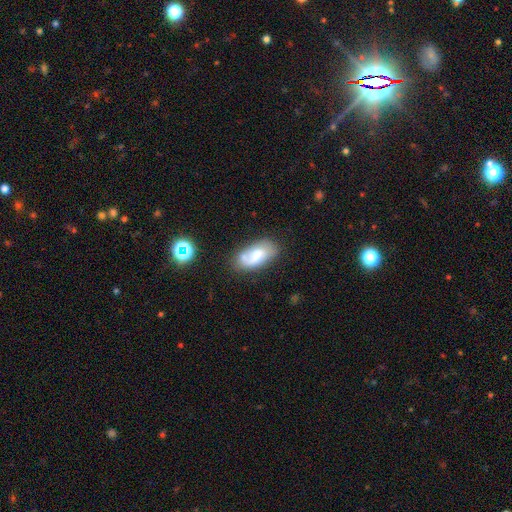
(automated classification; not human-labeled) smooth 54%, featured or disk 38%, star or artifact 8%. Down the decision tree: how rounded — in between (92%); merging — none (59%).